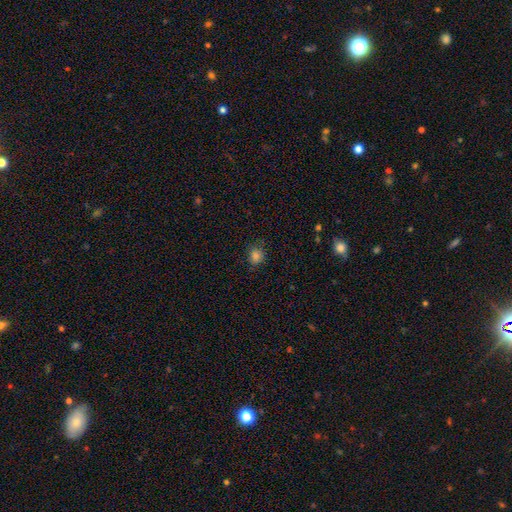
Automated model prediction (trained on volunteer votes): Smooth or featured: smooth — 82% (star or artifact — 13%)
How rounded: round — 77% (in between — 22%)
Merging: none — 79% (minor disturbance — 16%)